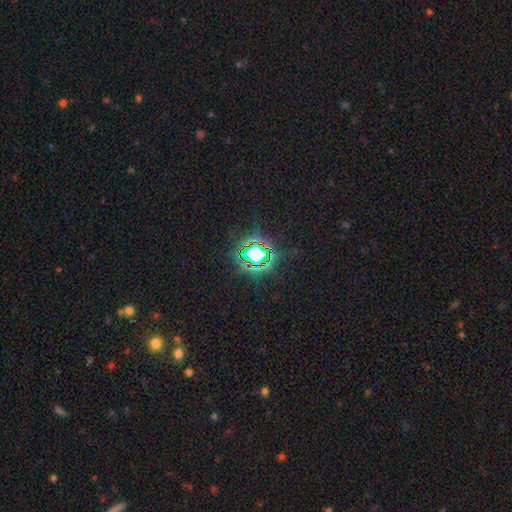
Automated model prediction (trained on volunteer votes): smooth_or_featured: star or artifact (p=0.80) [alt: smooth p=0.13]